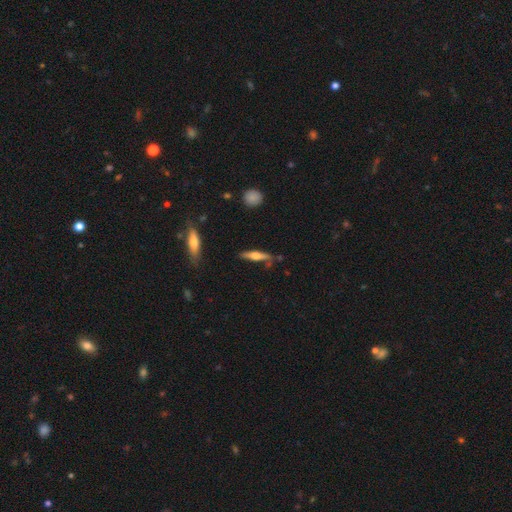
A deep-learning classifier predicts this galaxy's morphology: Smooth or featured?
  - featured or disk: 50% *
  - smooth: 44%
  - star or artifact: 6%
Merging?
  - none: 72% *
  - minor disturbance: 18%
  - major disturbance: 5%
  - merger: 4%